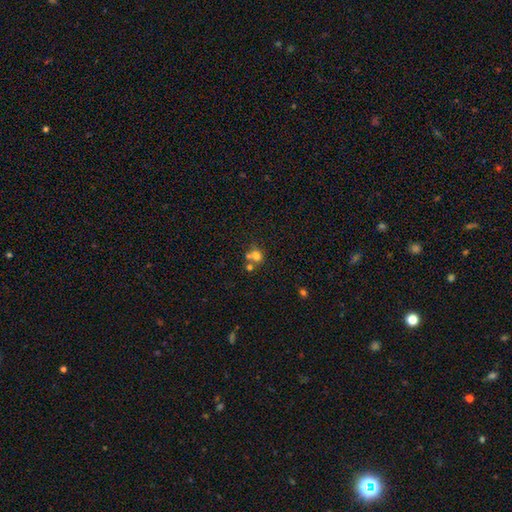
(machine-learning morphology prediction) This is likely a smooth galaxy (66%). How rounded: likely round (68%). Merging: possibly merger (47%).